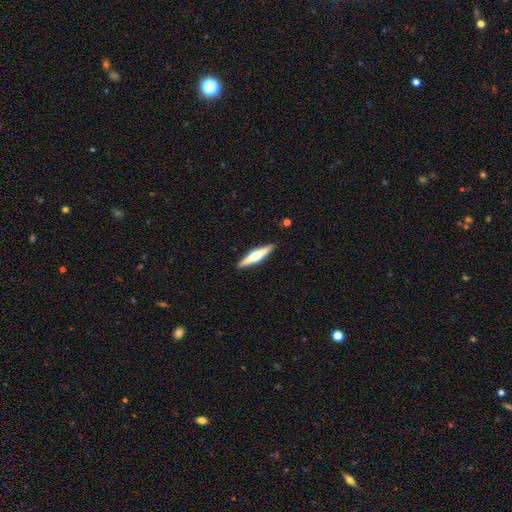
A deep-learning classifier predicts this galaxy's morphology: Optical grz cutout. It shows a featured or disk galaxy (59%) viewed edge-on (97%) with a rounded central bulge (89%). Merging: none (91%).